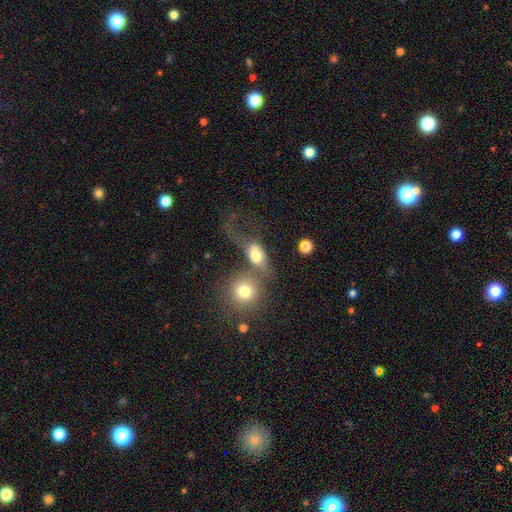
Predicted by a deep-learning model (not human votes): smooth 71%, featured or disk 19%, star or artifact 10%. Down the decision tree: how rounded — in between (70%); merging — merger (47%).